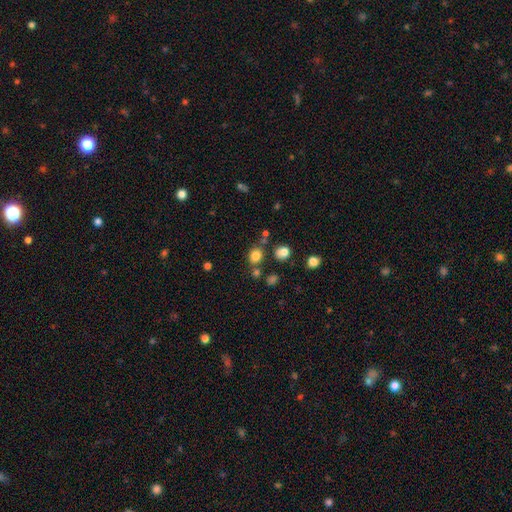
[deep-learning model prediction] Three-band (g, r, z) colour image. It shows a smooth galaxy with no disk features (81%) that is round (68%). Merging: none (72%).